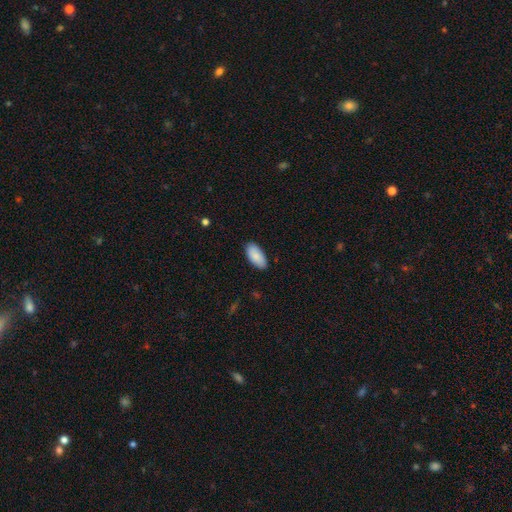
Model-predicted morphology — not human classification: A smooth galaxy with no disk features (89%) that is in between round and cigar-shaped (94%). Merging: none (87%).